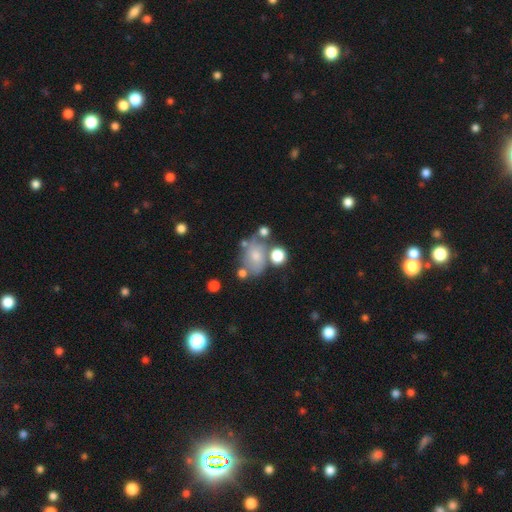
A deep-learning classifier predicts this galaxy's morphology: type=smooth (51%); roundness=in between (64%); merging=none (42%).